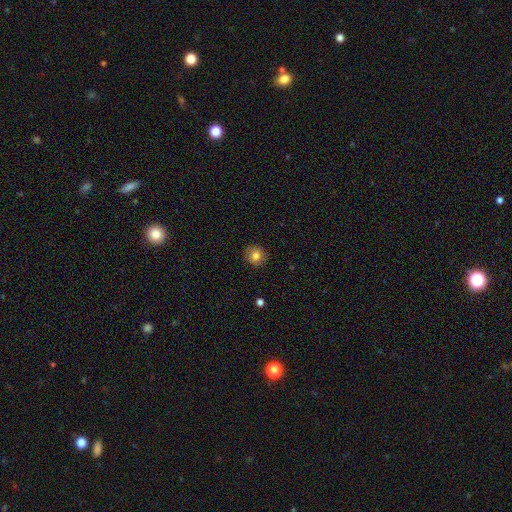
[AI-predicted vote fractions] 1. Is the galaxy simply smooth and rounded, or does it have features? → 79% smooth, 11% featured or disk, 10% star or artifact.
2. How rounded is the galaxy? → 87% round, 12% in between, 1% cigar-shaped.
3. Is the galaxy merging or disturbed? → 88% none, 9% minor disturbance, 2% major disturbance, 1% merger.